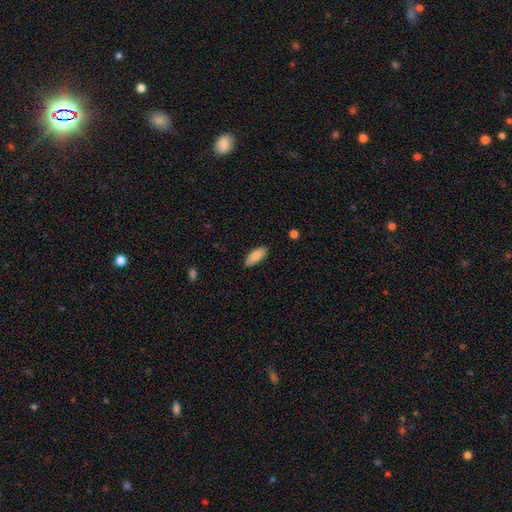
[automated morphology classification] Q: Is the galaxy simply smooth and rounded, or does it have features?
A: smooth — 86%.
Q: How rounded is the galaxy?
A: in between — 82%.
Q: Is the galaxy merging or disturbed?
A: none — 86%.